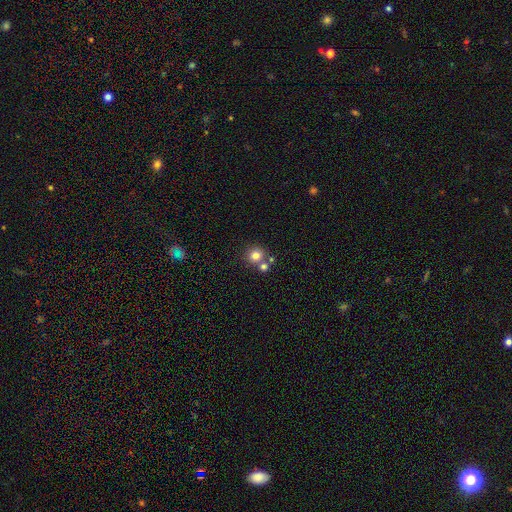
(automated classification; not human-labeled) Overall: smooth (79%). How rounded: round (91%). Merging: none (64%; merger 27%).